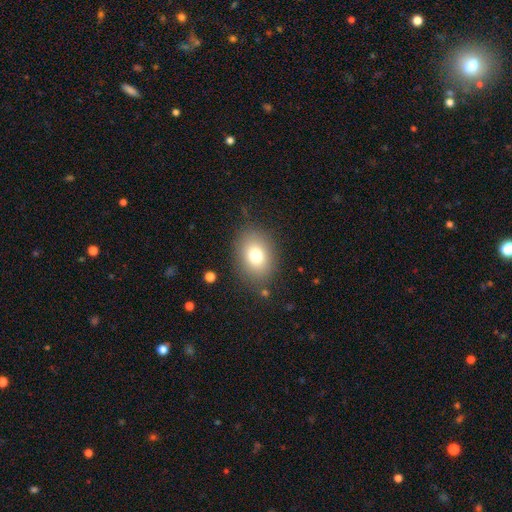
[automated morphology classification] This is likely a smooth galaxy (76%). How rounded: likely in between (66%). Merging: clearly none (83%).